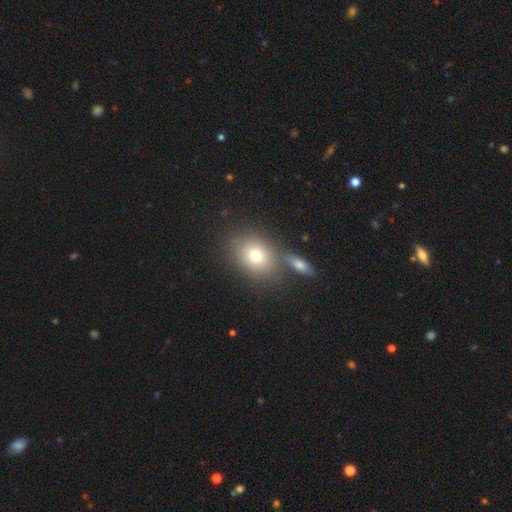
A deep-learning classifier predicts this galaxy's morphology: type=smooth (75%); roundness=in between (52%); merging=none (65%).